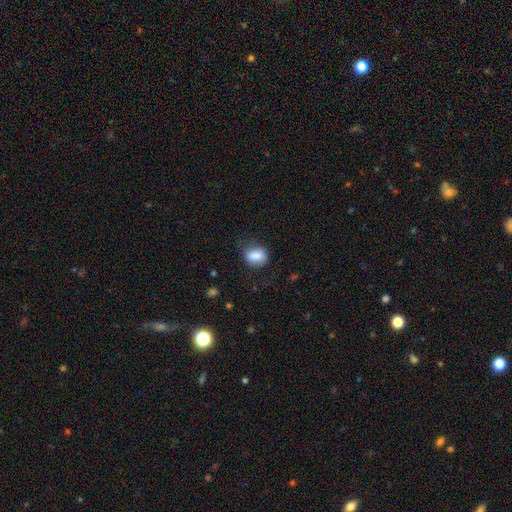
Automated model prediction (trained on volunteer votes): A smooth galaxy with no disk features (83%) that is in between round and cigar-shaped (62%). Merging: none (64%).